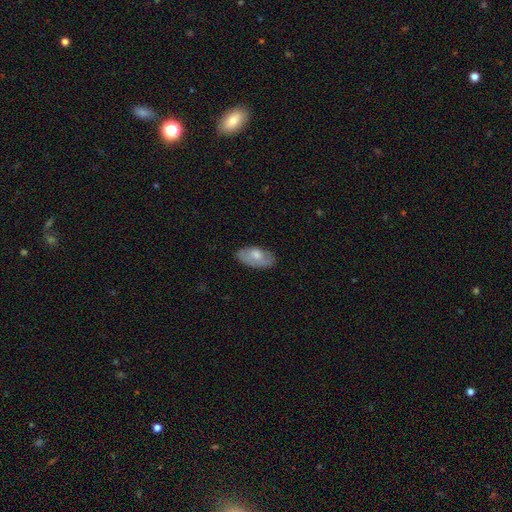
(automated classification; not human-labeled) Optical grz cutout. It shows a smooth galaxy with no disk features (64%) that is in between round and cigar-shaped (93%). Merging: none (74%).